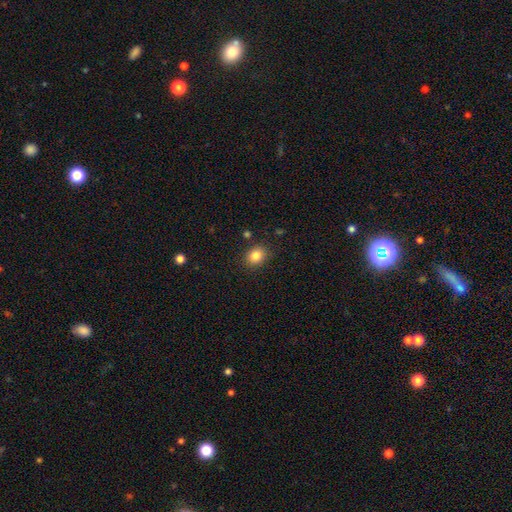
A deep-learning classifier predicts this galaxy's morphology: type=smooth (84%); roundness=round (55%); merging=none (86%).